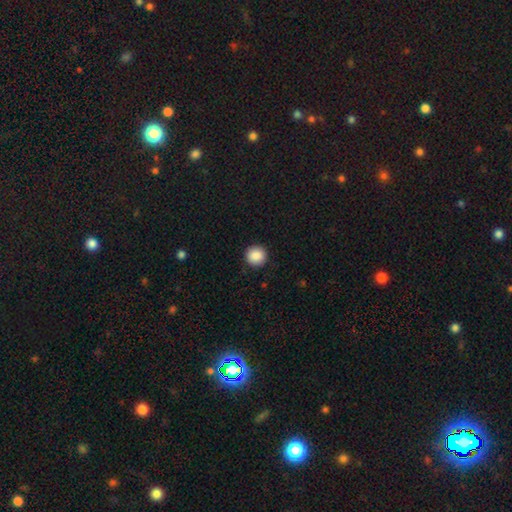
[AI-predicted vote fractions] Overall: smooth (88%). How rounded: round (94%). Merging: none (92%).